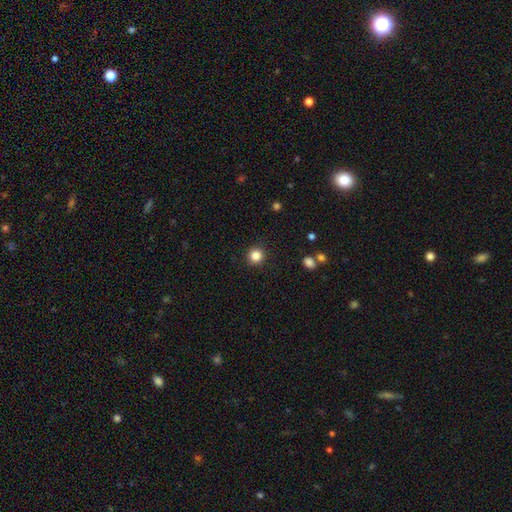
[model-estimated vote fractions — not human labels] This appears to be a smooth galaxy with no disk features (85%) that is round (94%). Merging: none (92%).